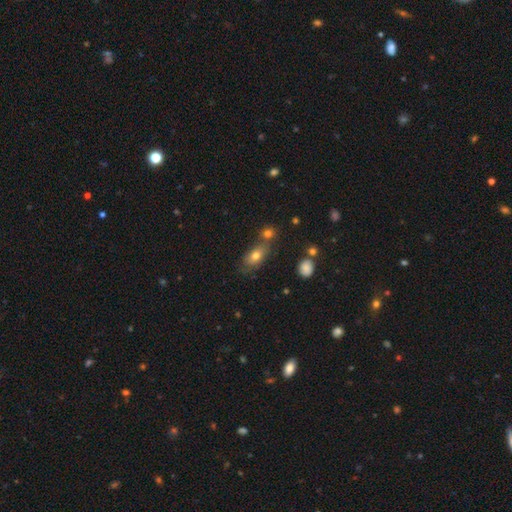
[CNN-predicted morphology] Smooth or featured?
  - smooth: 73% *
  - featured or disk: 16%
  - star or artifact: 10%
How rounded?
  - in between: 80% *
  - round: 13%
  - cigar-shaped: 7%
Merging?
  - none: 51% *
  - merger: 25%
  - minor disturbance: 17%
  - major disturbance: 6%